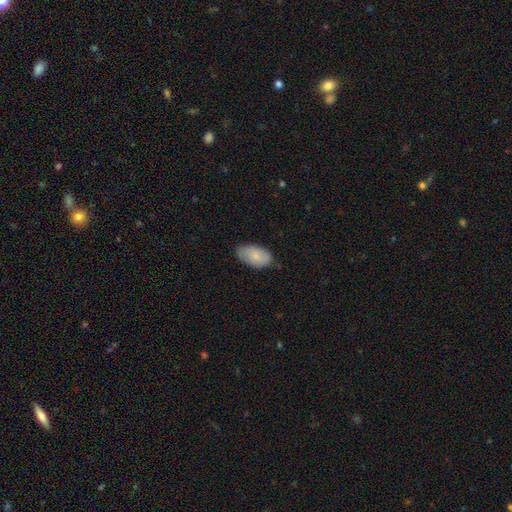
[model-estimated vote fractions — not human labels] A smooth galaxy with no disk features (81%) that is in between round and cigar-shaped (95%). Merging: none (76%).